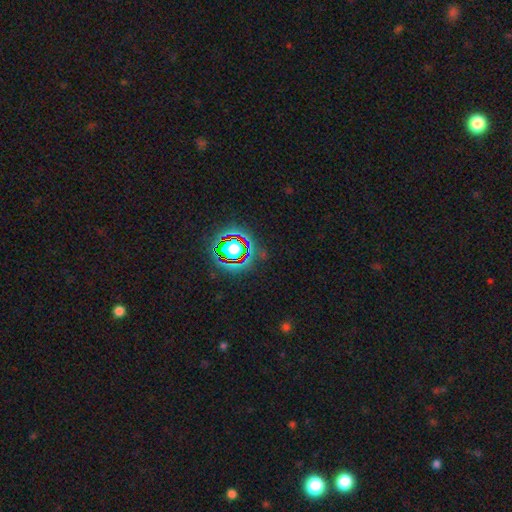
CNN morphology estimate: Q: Smooth or featured?
A: star or artifact (78%); runner-up: smooth (13%)